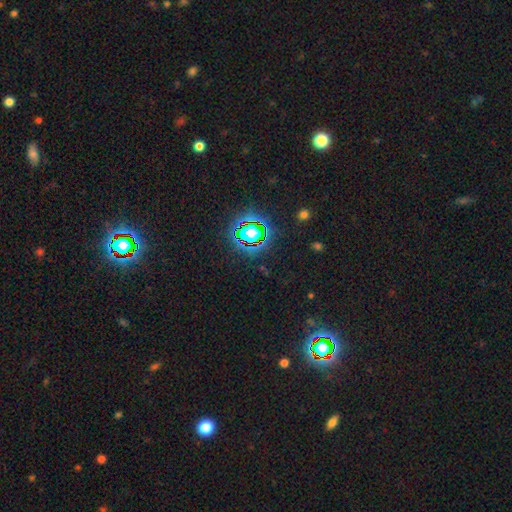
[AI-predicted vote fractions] Smooth or featured? Predicted: star or artifact (p=0.80).